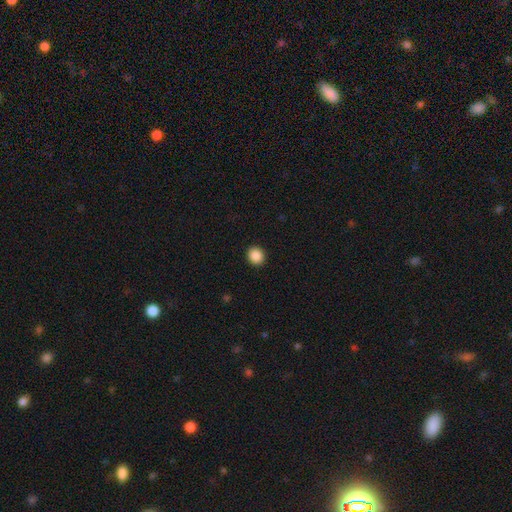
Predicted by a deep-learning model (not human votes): Smooth or featured? smooth (88%)
How rounded? round (83%)
Merging? none (92%)